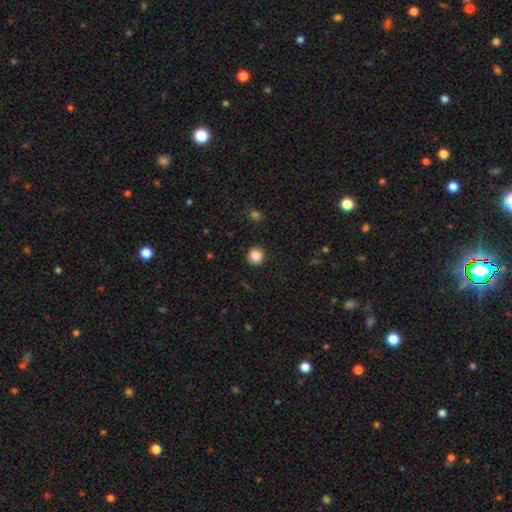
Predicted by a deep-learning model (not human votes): Smooth or featured?
  - smooth: 86% *
  - star or artifact: 10%
  - featured or disk: 3%
How rounded?
  - round: 91% *
  - in between: 8%
  - cigar-shaped: 1%
Merging?
  - none: 90% *
  - minor disturbance: 7%
  - major disturbance: 2%
  - merger: 1%